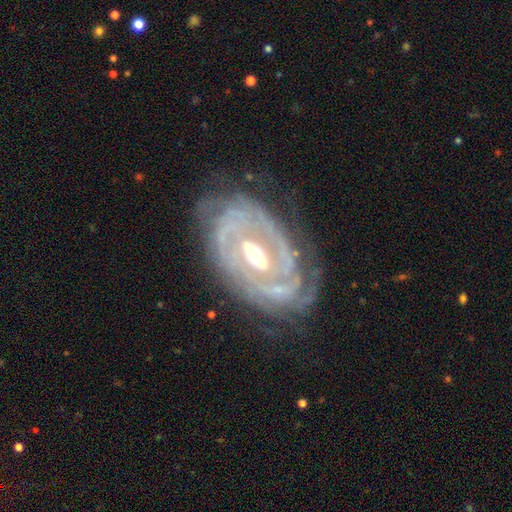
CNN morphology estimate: smooth-or-featured: featured or disk: 89% | smooth: 6% | star or artifact: 5%
  disk-edge-on: no: 95% | yes: 5%
    bar: weak: 42% | no: 30% | strong: 29%
    has-spiral-arms: yes: 94% | no: 6%
      spiral-winding: tight: 74% | medium: 21% | loose: 6%
      spiral-arm-count: can't tell: 30% | 2: 27% | 3: 18% | 4: 10% | more than 4: 7% | 1: 6%
    bulge-size: moderate: 67% | small: 24% | large: 6% | none: 1% | dominant: 1%
  merging: none: 68% | minor disturbance: 21% | major disturbance: 9% | merger: 2%